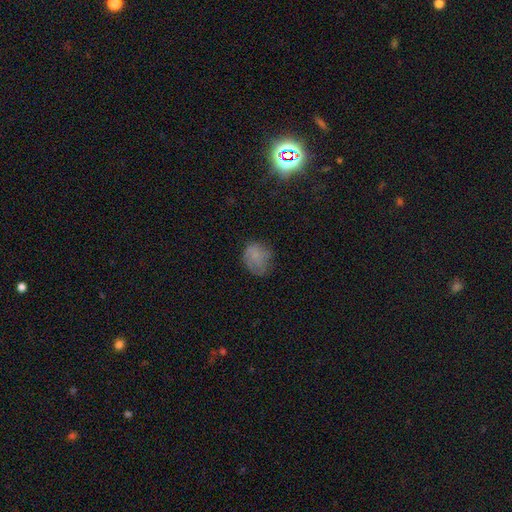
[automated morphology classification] Smooth or featured?
  - smooth: 63% *
  - featured or disk: 23%
  - star or artifact: 14%
How rounded?
  - round: 60% *
  - in between: 39%
  - cigar-shaped: 1%
Merging?
  - none: 59% *
  - minor disturbance: 27%
  - major disturbance: 12%
  - merger: 2%